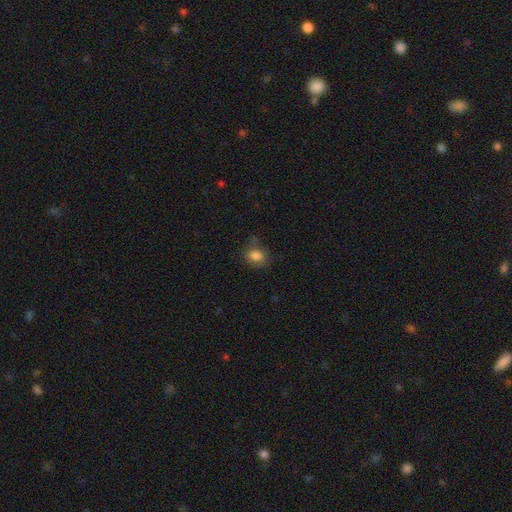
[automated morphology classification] The model was most divided on "how rounded": in between: 61%, round: 37%, cigar-shaped: 1%. More confident: smooth or featured — smooth (83%); merging — none (71%).